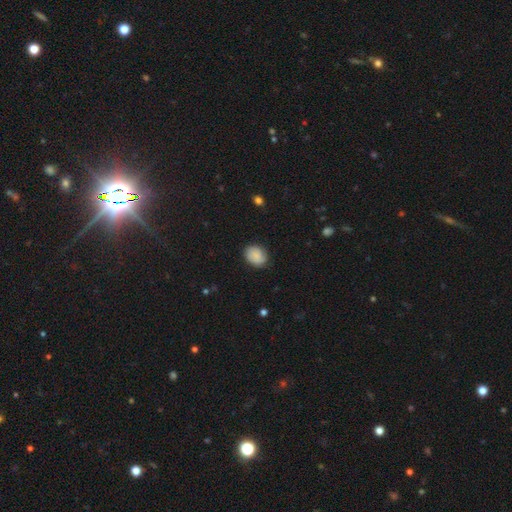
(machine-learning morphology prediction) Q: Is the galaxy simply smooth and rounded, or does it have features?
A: smooth — 77%.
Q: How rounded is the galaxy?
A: round — 50%.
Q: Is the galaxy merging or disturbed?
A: none — 78%.